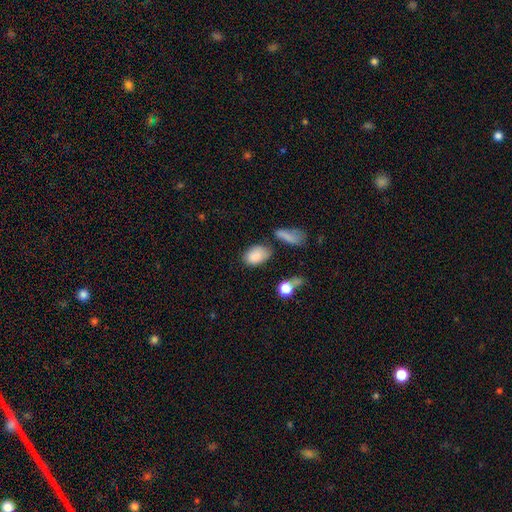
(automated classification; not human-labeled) Smooth or featured? smooth (85%)
How rounded? in between (88%)
Merging? none (59%)